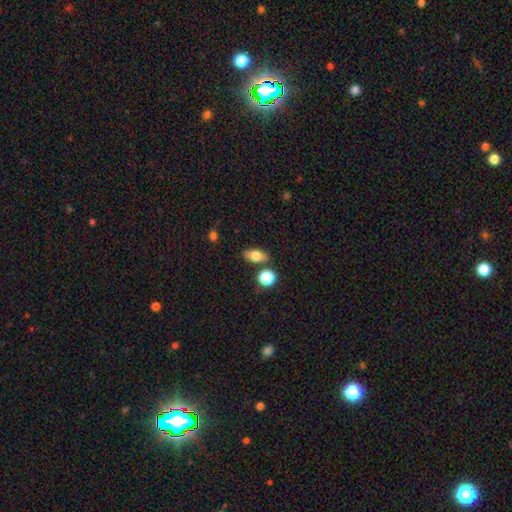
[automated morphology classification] smooth-or-featured: smooth: 74% | featured or disk: 16% | star or artifact: 9%
  how-rounded: in between: 80% | round: 12% | cigar-shaped: 8%
  merging: none: 79% | minor disturbance: 10% | merger: 8% | major disturbance: 3%